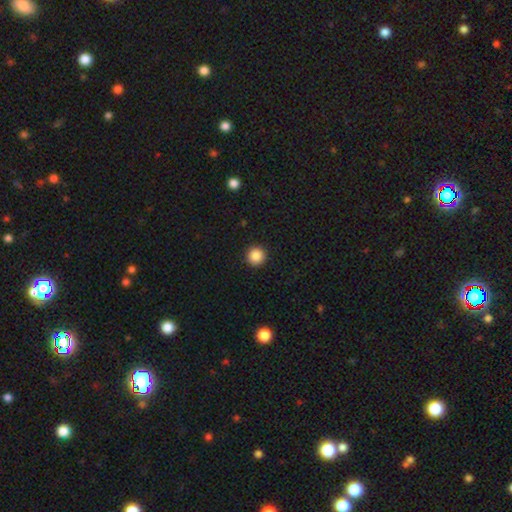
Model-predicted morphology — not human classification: This appears to be a smooth galaxy with no disk features (87%) that is round (96%). Merging: none (93%).